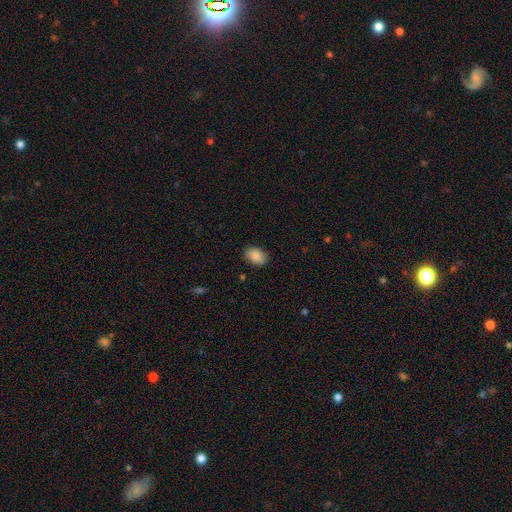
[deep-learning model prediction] smooth-or-featured: smooth: 87% | star or artifact: 7% | featured or disk: 5%
  how-rounded: in between: 78% | round: 21% | cigar-shaped: 1%
  merging: none: 84% | minor disturbance: 12% | major disturbance: 3% | merger: 1%